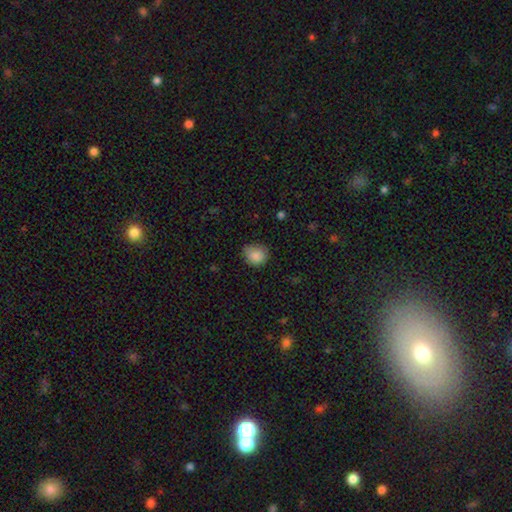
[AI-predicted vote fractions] smooth-or-featured: smooth: 86% | star or artifact: 8% | featured or disk: 6%
  how-rounded: round: 72% | in between: 27% | cigar-shaped: 1%
  merging: none: 71% | minor disturbance: 24% | major disturbance: 4% | merger: 1%